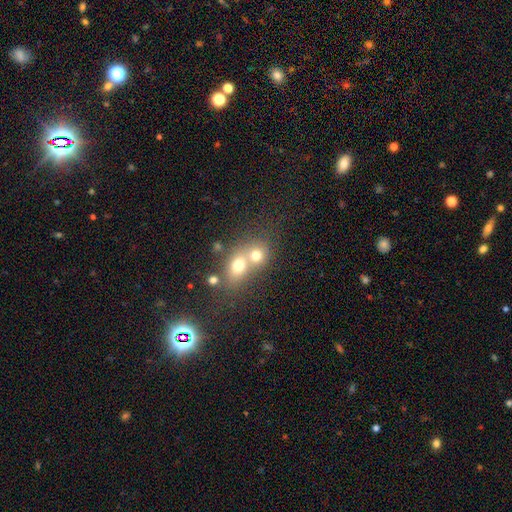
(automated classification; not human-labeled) Smooth or featured? smooth (69%)
How rounded? round (64%)
Merging? merger (62%)